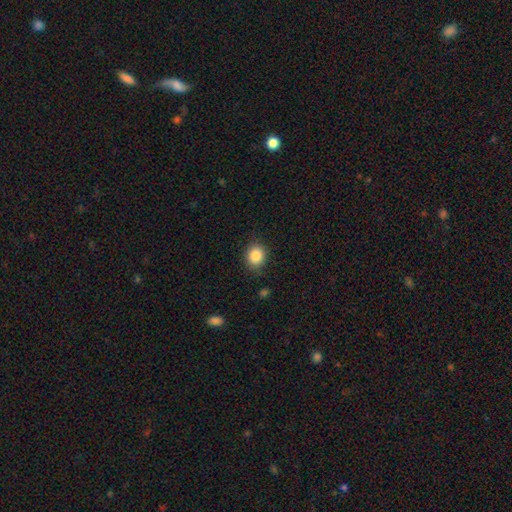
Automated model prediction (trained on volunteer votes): This is clearly a smooth galaxy (86%). How rounded: likely round (72%). Merging: clearly none (85%).